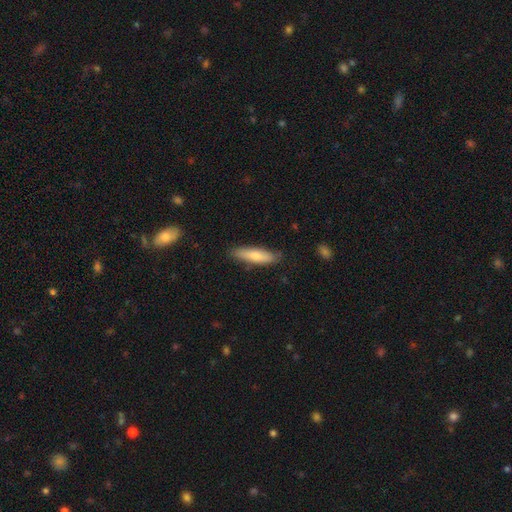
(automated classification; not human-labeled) smooth-or-featured: smooth: 74% | featured or disk: 20% | star or artifact: 6%
  how-rounded: cigar-shaped: 69% | in between: 30% | round: 2%
  merging: none: 82% | minor disturbance: 14% | major disturbance: 2% | merger: 2%